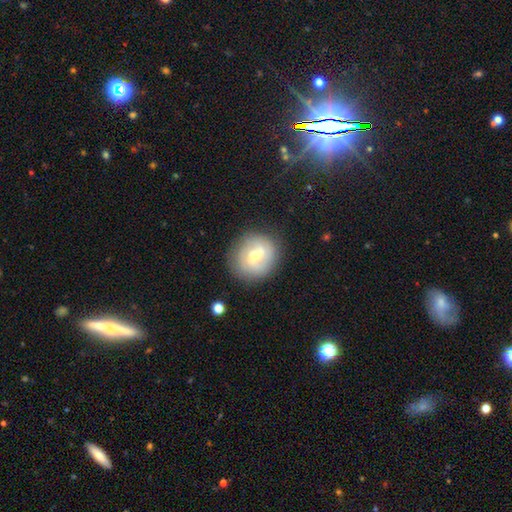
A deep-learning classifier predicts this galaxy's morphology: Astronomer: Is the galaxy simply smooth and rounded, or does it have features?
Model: featured or disk — 59%.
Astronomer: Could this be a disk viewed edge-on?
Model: no — 97%.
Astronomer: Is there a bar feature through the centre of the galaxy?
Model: weak — 57%.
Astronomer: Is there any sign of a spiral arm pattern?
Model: yes — 81%.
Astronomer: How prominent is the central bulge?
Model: moderate — 64%.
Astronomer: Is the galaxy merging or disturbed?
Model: none — 81%.